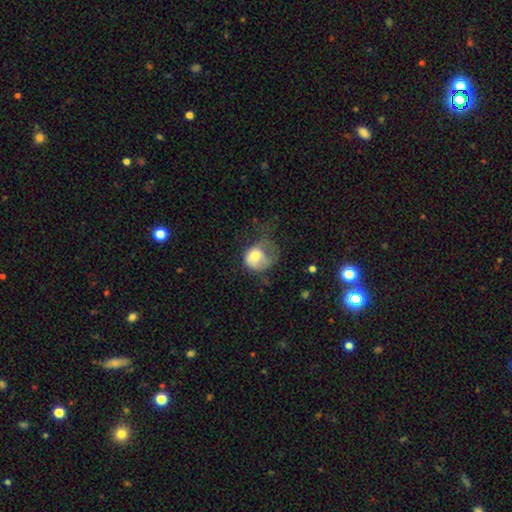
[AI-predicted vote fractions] Smooth or featured?
  - smooth: 67% *
  - featured or disk: 25%
  - star or artifact: 9%
How rounded?
  - round: 61% *
  - in between: 38%
  - cigar-shaped: 1%
Merging?
  - major disturbance: 50% *
  - minor disturbance: 27%
  - none: 20%
  - merger: 4%